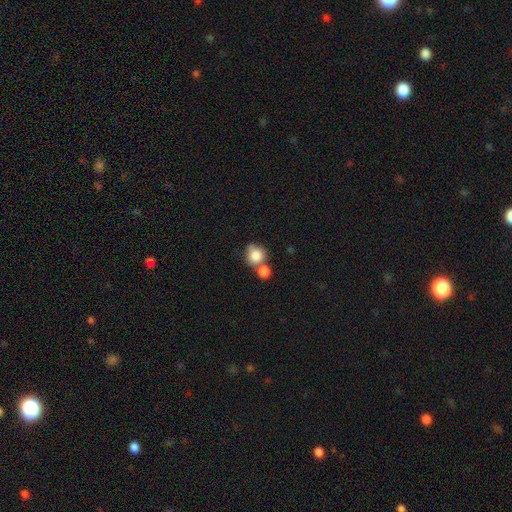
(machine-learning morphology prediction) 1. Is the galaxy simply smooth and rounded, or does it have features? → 82% smooth, 9% featured or disk, 9% star or artifact.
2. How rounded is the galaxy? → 83% round, 16% in between, 1% cigar-shaped.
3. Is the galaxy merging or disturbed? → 44% merger, 43% none, 10% minor disturbance, 4% major disturbance.